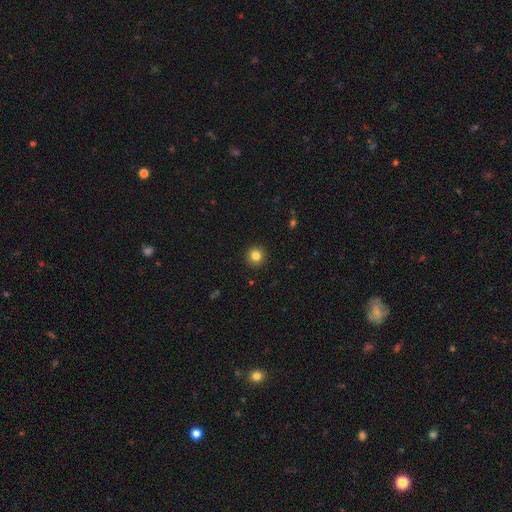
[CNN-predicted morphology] smooth-or-featured: smooth: 82% | star or artifact: 11% | featured or disk: 6%
  how-rounded: round: 94% | in between: 5% | cigar-shaped: 1%
  merging: none: 93% | minor disturbance: 5% | major disturbance: 2% | merger: 1%